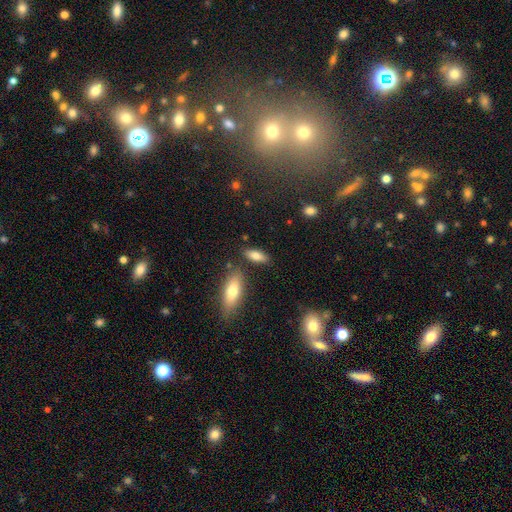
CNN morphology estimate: A smooth galaxy with no disk features (77%) that is in between round and cigar-shaped (72%). Merging: none (78%).